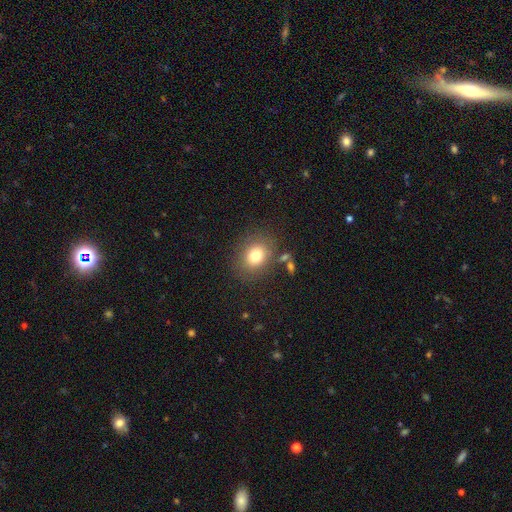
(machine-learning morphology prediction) Smooth or featured: smooth — 78% (star or artifact — 12%)
How rounded: round — 61% (in between — 38%)
Merging: none — 80% (minor disturbance — 11%)